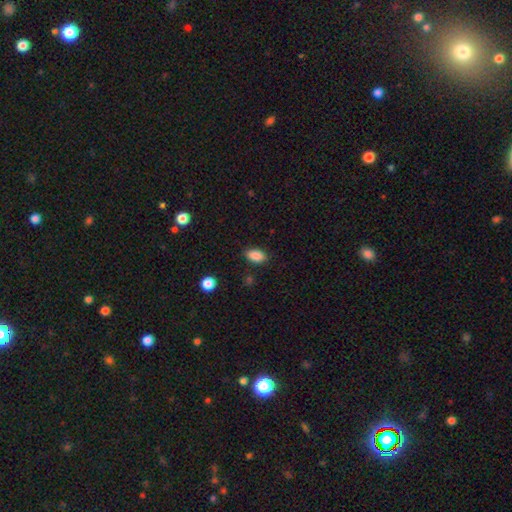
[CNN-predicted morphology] smooth 87%, star or artifact 8%, featured or disk 4%. Down the decision tree: how rounded — in between (90%); merging — none (84%).